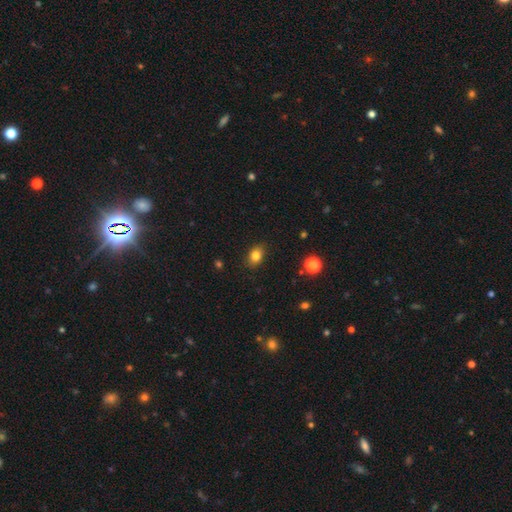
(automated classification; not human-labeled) smooth 82%, star or artifact 11%, featured or disk 7%. Down the decision tree: how rounded — in between (68%); merging — none (86%).